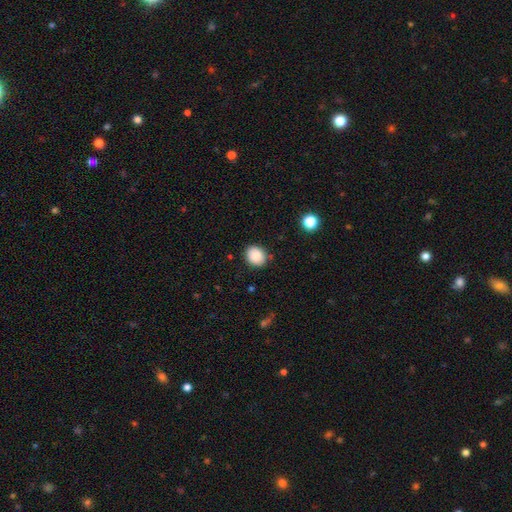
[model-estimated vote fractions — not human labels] A smooth galaxy with no disk features (87%) that is round (64%). Merging: none (86%).